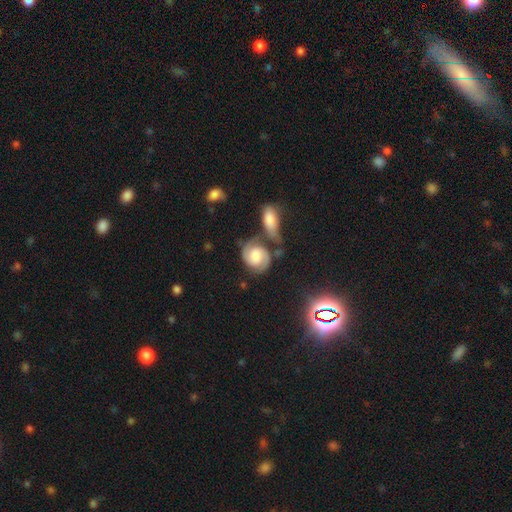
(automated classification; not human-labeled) smooth-or-featured: featured or disk: 76% | smooth: 17% | star or artifact: 7%
  disk-edge-on: no: 97% | yes: 3%
    bar: no: 55% | weak: 36% | strong: 9%
    has-spiral-arms: yes: 95% | no: 5%
      spiral-winding: medium: 46% | tight: 42% | loose: 12%
      spiral-arm-count: 2: 89% | can't tell: 5% | 1: 2% | 3: 1% | 4: 1% | more than 4: 1%
    bulge-size: moderate: 36% | large: 31% | small: 16% | none: 13% | dominant: 4%
  merging: none: 45% | merger: 31% | minor disturbance: 15% | major disturbance: 9%